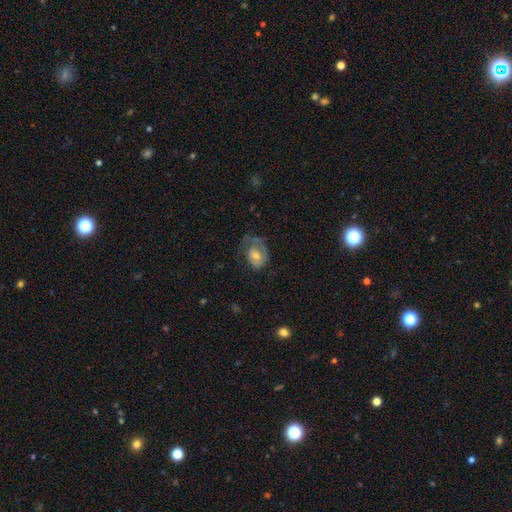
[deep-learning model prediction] Q: Smooth or featured?
A: smooth (47%); runner-up: featured or disk (46%)
Q: Merging?
A: major disturbance (36%); runner-up: none (35%)